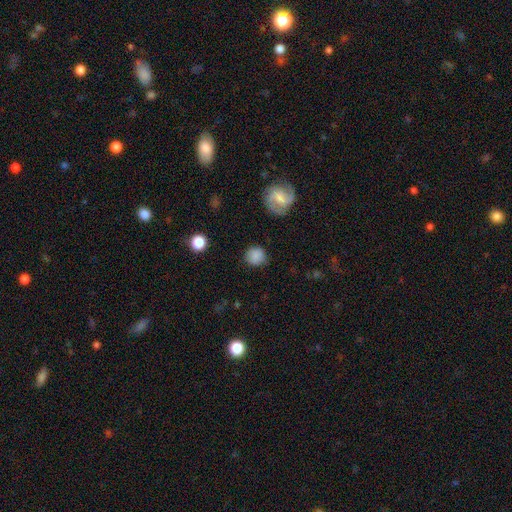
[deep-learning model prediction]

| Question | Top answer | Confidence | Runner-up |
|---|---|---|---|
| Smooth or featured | smooth | 80% | featured or disk (11%) |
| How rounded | round | 87% | in between (12%) |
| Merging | none | 80% | minor disturbance (14%) |